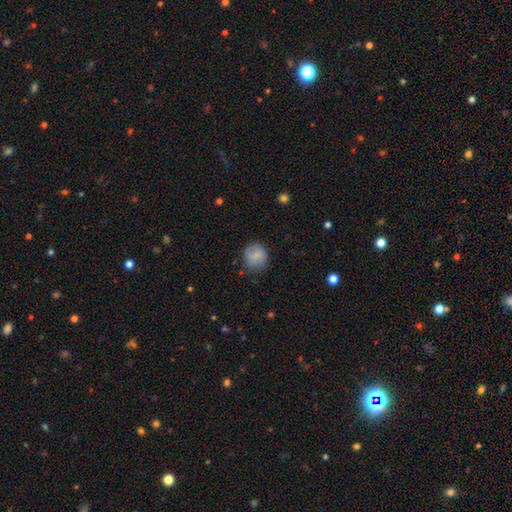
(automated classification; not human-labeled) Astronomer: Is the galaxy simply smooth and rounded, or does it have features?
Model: smooth — 79%.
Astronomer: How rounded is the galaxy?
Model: round — 82%.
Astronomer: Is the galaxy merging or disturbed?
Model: none — 72%.